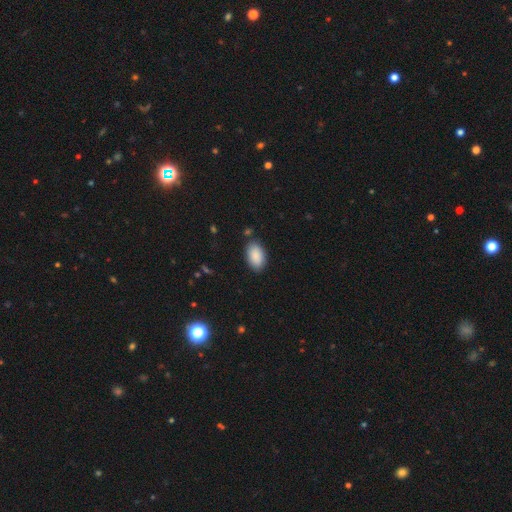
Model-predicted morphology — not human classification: Q: Smooth or featured?
A: smooth (90%); runner-up: star or artifact (6%)
Q: How rounded?
A: in between (94%); runner-up: round (4%)
Q: Merging?
A: none (85%); runner-up: minor disturbance (11%)